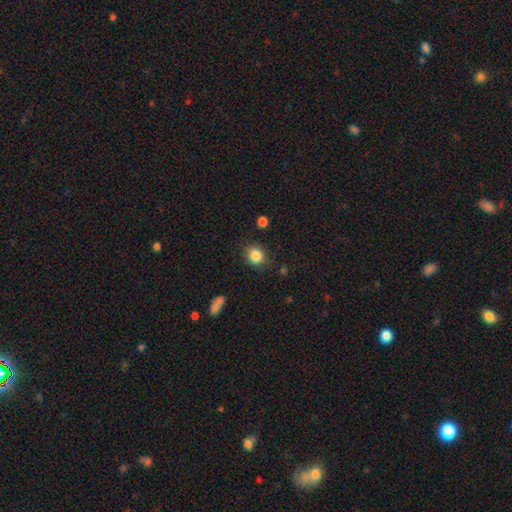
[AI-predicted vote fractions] The model was most divided on "how rounded": round: 74%, in between: 25%, cigar-shaped: 1%. More confident: smooth or featured — smooth (85%); merging — none (83%).